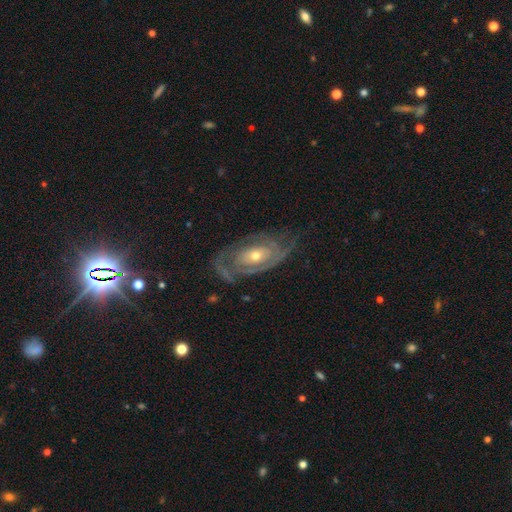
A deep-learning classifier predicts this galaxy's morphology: A featured or disk galaxy (85%) with no bar (75%), 2 (45%) tight (62%) spiral arms (89%) and a moderate central bulge (54%). Merging: none (65%).